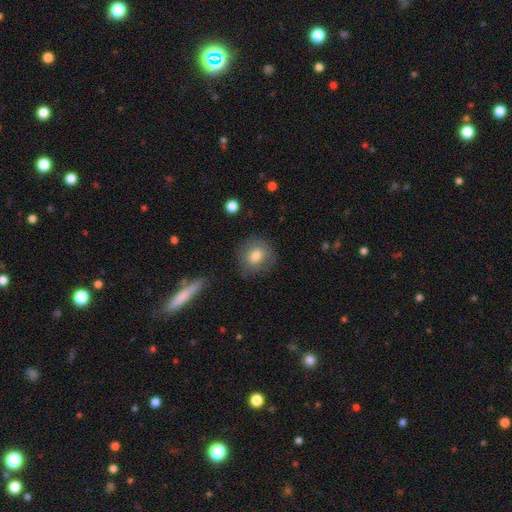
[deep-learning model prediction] smooth 74%, featured or disk 18%, star or artifact 9%. Down the decision tree: how rounded — round (82%); merging — none (78%).